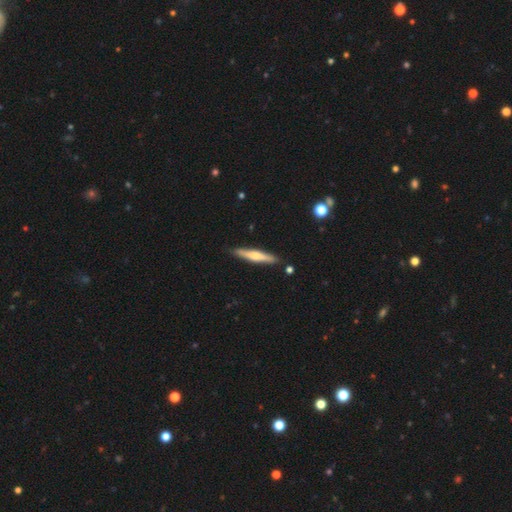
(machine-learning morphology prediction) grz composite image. It shows a smooth galaxy with no disk features (47%, tied with featured or disk). Merging: none (88%).